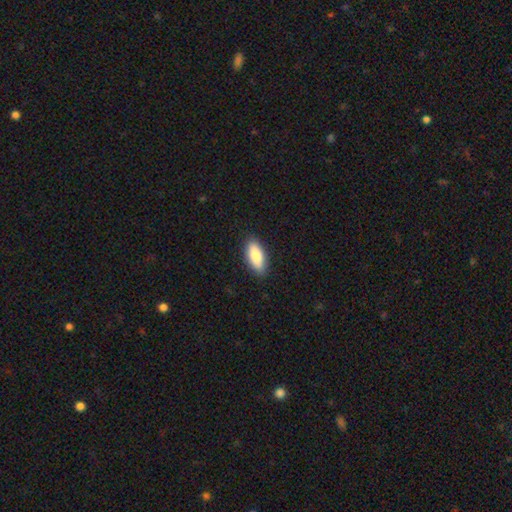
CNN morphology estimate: type=smooth (83%); roundness=in between (81%); merging=none (88%).